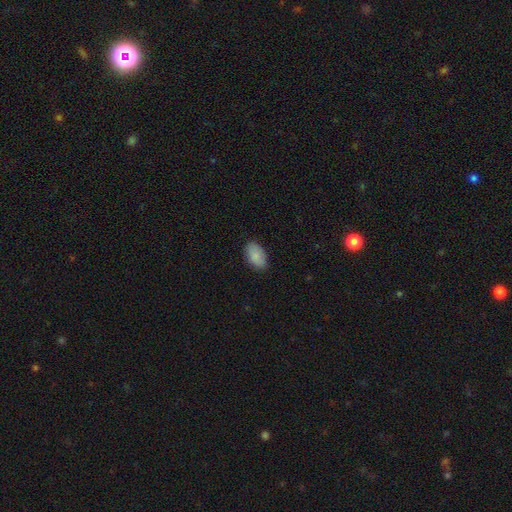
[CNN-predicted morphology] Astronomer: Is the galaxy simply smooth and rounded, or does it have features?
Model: smooth — 88%.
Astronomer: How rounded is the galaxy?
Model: in between — 94%.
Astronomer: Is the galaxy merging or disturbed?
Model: none — 86%.